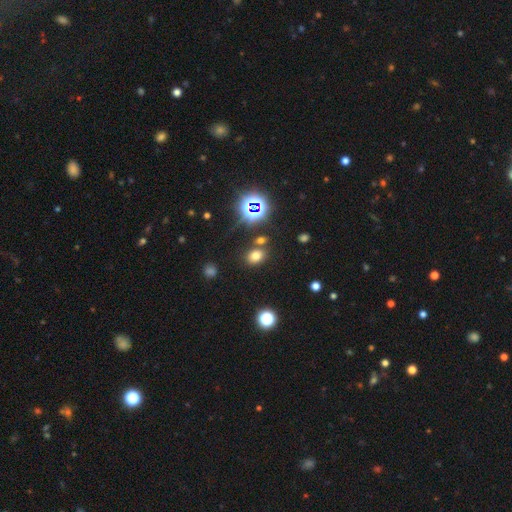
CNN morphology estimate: Smooth or featured? Predicted: smooth (p=0.69). How rounded? Predicted: in between (p=0.57). Merging? Predicted: none (p=0.75).